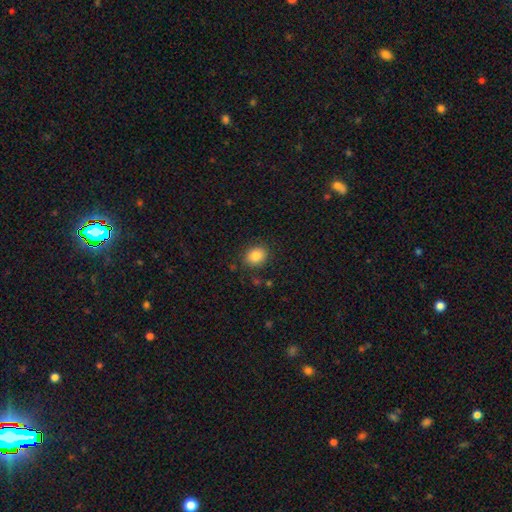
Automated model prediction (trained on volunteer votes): Smooth or featured? Predicted: smooth (p=0.84). How rounded? Predicted: round (p=0.56). Merging? Predicted: none (p=0.85).